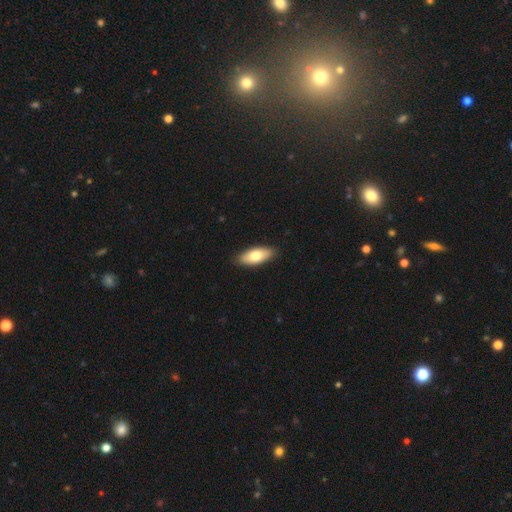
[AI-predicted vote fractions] smooth 76%, featured or disk 18%, star or artifact 5%. Down the decision tree: how rounded — in between (85%); merging — none (88%).